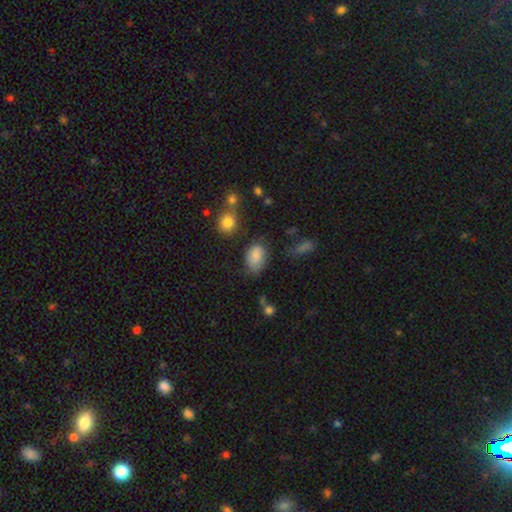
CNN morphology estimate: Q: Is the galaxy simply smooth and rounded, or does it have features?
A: smooth — 83%.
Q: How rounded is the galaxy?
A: in between — 85%.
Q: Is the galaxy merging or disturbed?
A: none — 62%.